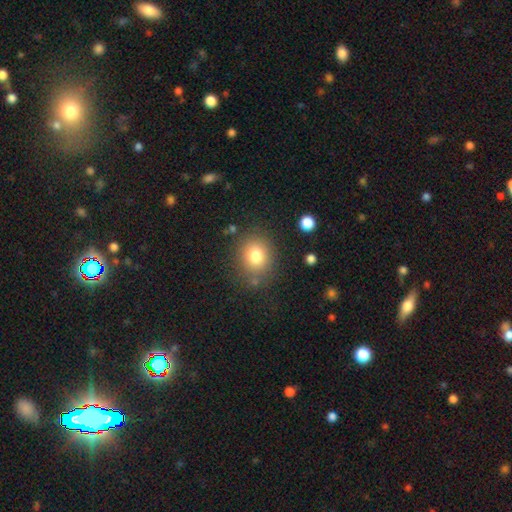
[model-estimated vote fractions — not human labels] Overall: smooth (79%). How rounded: round (72%). Merging: none (79%).